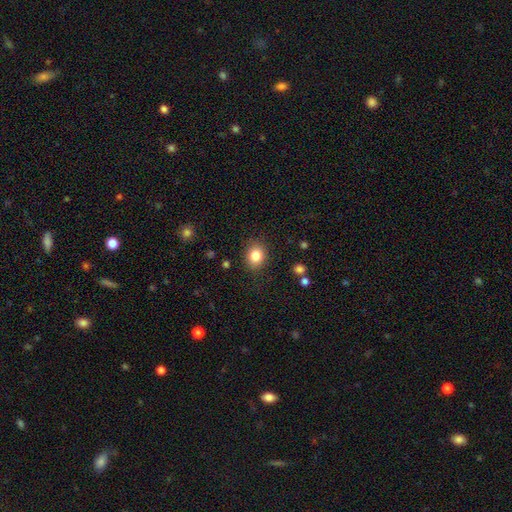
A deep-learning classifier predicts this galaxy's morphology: The model was most divided on "how rounded": round: 58%, in between: 41%, cigar-shaped: 1%. More confident: merging — none (86%); smooth or featured — smooth (84%).